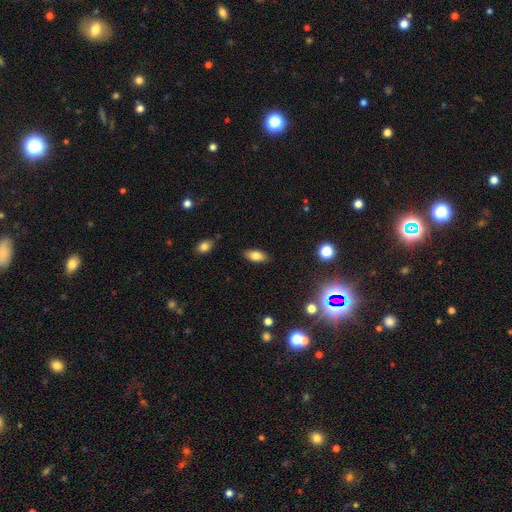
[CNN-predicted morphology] A smooth galaxy with no disk features (80%) that is in between round and cigar-shaped (87%).

Vote fractions:
- Smooth or featured? smooth: 80% / featured or disk: 11% / star or artifact: 10%
- How rounded? in between: 87% / cigar-shaped: 10% / round: 4%
- Merging? none: 86% / minor disturbance: 10% / major disturbance: 2% / merger: 1%